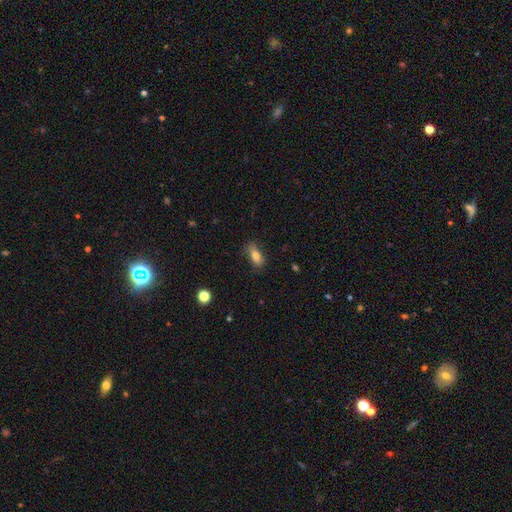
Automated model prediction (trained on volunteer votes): The model was most divided on "merging": none: 77%, minor disturbance: 18%, major disturbance: 4%, merger: 1%. More confident: how rounded — in between (80%); smooth or featured — smooth (77%).